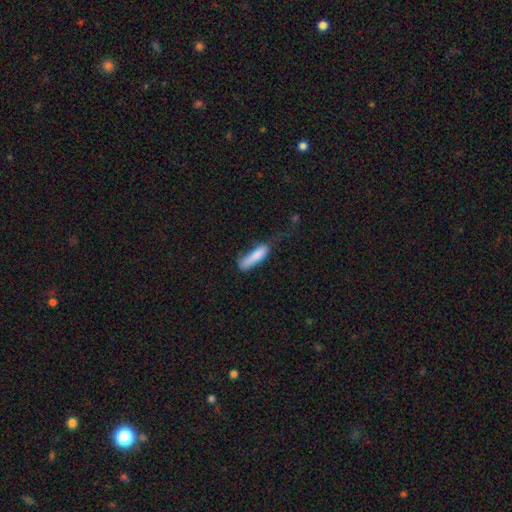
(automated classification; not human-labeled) This is clearly a smooth galaxy (80%). How rounded: likely cigar-shaped (75%). Merging: marginally none (42%).